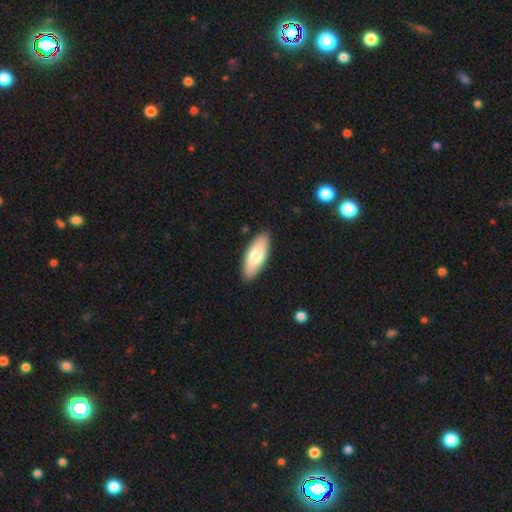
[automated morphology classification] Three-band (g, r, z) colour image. It shows a smooth galaxy with no disk features (77%) that is in between round and cigar-shaped (76%). Merging: none (89%).